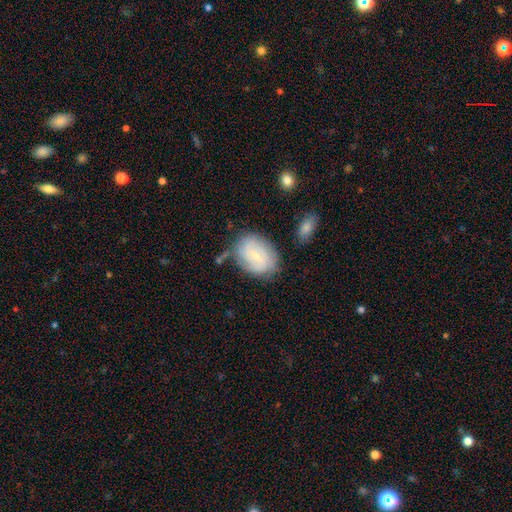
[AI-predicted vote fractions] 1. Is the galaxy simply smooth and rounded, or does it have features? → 47% featured or disk, 46% smooth, 8% star or artifact.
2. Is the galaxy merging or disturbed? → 66% none, 22% minor disturbance, 7% major disturbance, 5% merger.